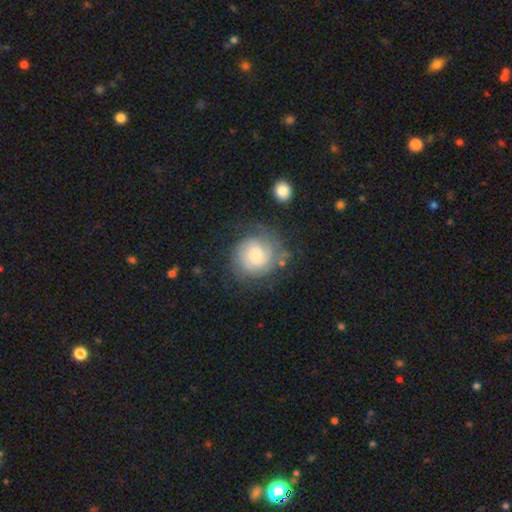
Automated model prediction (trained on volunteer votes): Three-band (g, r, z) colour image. It shows a featured or disk galaxy (64%) with no bar (66%), 2 (38%) tight (61%) spiral arms (90%) and a moderate central bulge (42%). Merging: none (67%).